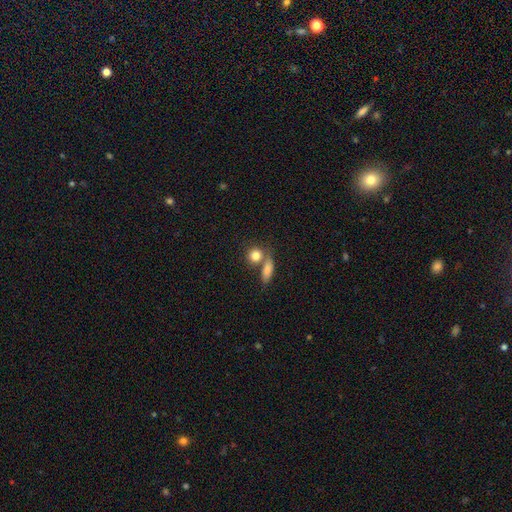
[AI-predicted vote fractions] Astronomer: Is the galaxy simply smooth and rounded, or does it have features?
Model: smooth — 82%.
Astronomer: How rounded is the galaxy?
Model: round — 70%.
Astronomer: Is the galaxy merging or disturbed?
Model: none — 48% (runner-up: merger, 38%).